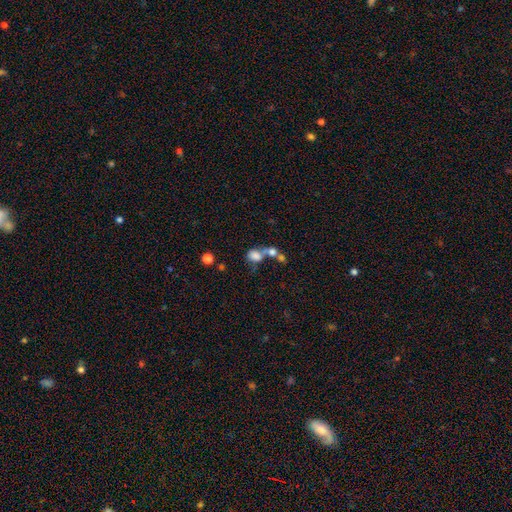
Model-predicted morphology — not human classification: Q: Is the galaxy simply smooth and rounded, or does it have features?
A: smooth — 74%.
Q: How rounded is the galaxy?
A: in between — 63%.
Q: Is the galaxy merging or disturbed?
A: merger — 62%.